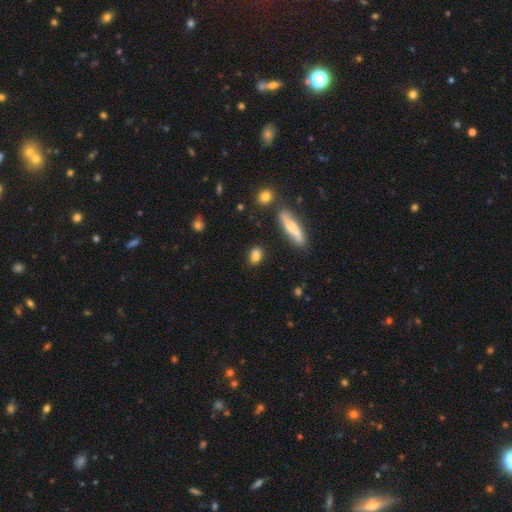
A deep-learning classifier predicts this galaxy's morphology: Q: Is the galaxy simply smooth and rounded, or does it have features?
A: smooth — 79%.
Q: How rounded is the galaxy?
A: in between — 69%.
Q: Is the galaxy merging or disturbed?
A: none — 74%.